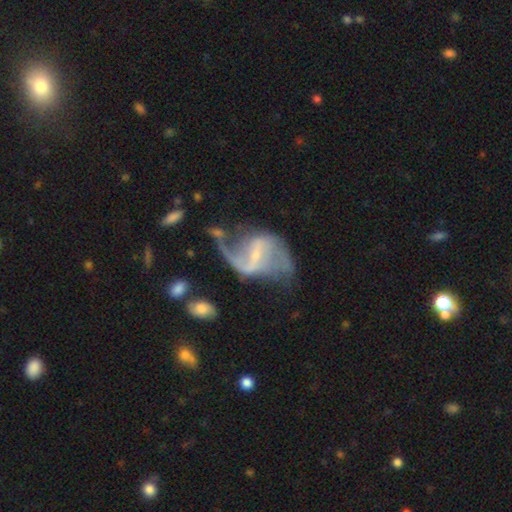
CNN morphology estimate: Q: Smooth or featured?
A: featured or disk (89%); runner-up: star or artifact (6%)
Q: Edge-on disk?
A: no (97%); runner-up: yes (3%)
Q: Bar?
A: weak (45%); runner-up: strong (42%)
Q: Spiral arms?
A: yes (94%); runner-up: no (6%)
Q: Spiral winding?
A: loose (73%); runner-up: medium (23%)
Q: Spiral arm count?
A: 2 (87%); runner-up: 1 (6%)
Q: Bulge size?
A: small (69%); runner-up: moderate (19%)
Q: Merging?
A: none (52%); runner-up: major disturbance (23%)